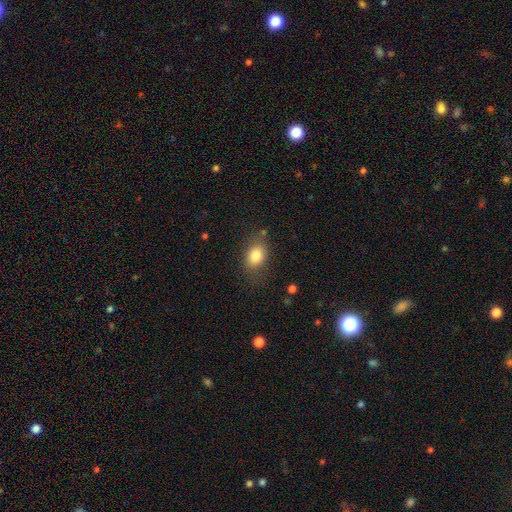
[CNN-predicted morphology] Smooth or featured?
  - smooth: 81% *
  - featured or disk: 10%
  - star or artifact: 9%
How rounded?
  - in between: 71% *
  - round: 28%
  - cigar-shaped: 1%
Merging?
  - none: 73% *
  - minor disturbance: 18%
  - major disturbance: 6%
  - merger: 3%